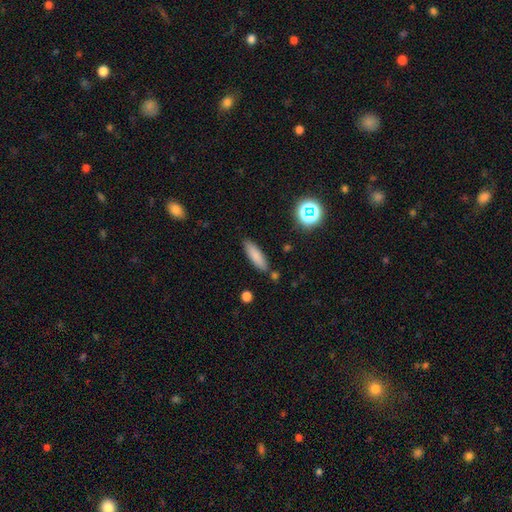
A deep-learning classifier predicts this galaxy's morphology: Overall: smooth (81%). How rounded: cigar-shaped (60%; in between 38%). Merging: none (83%).